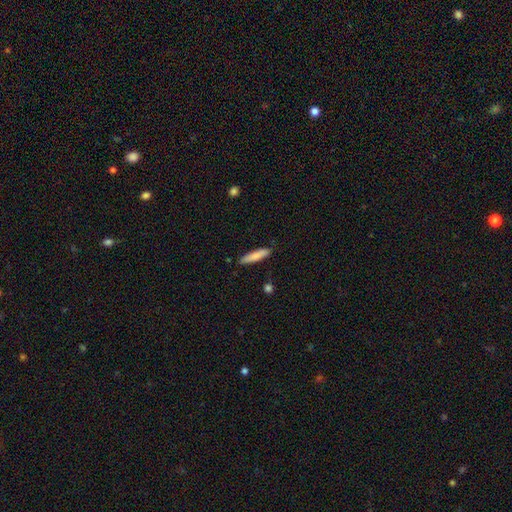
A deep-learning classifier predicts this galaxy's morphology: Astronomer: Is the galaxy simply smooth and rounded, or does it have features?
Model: smooth — 80%.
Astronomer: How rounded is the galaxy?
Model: cigar-shaped — 84%.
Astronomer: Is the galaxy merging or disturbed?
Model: none — 86%.